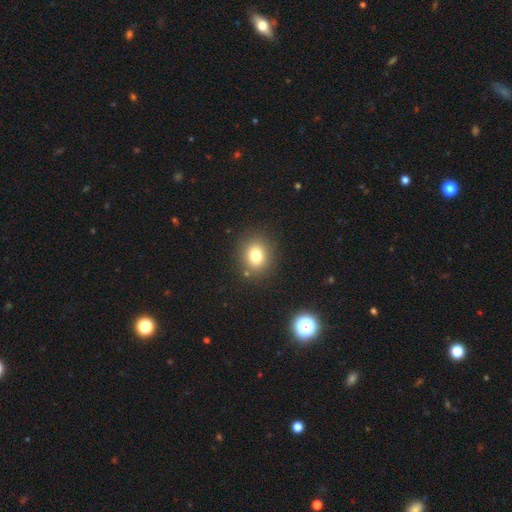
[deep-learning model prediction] Q: Smooth or featured?
A: smooth (78%); runner-up: star or artifact (13%)
Q: How rounded?
A: round (69%); runner-up: in between (30%)
Q: Merging?
A: none (86%); runner-up: minor disturbance (8%)